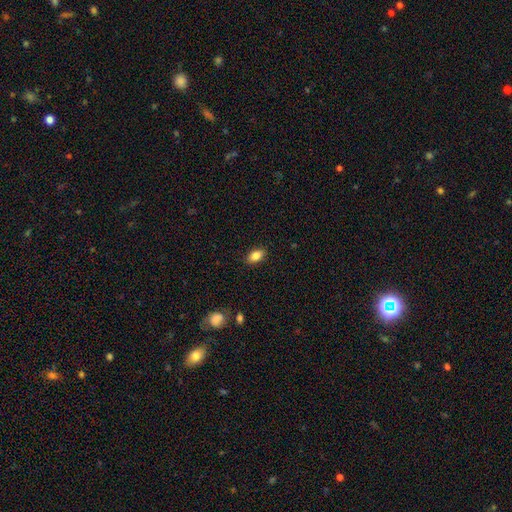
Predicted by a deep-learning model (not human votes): Morphology: type=smooth (84%); roundness=in between (89%); merging=none (88%).